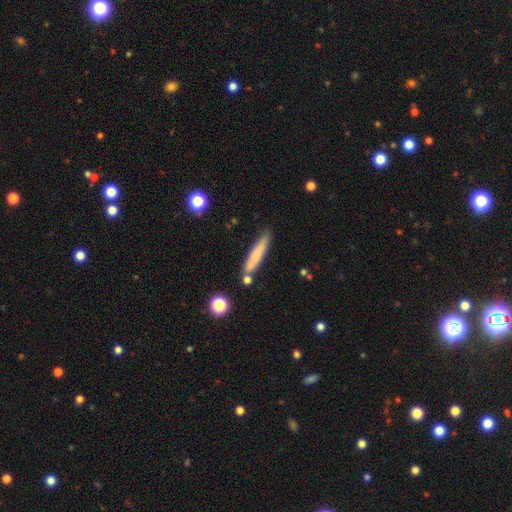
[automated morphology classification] A smooth galaxy with no disk features (70%) that is cigar-shaped (90%). Merging: none (74%).